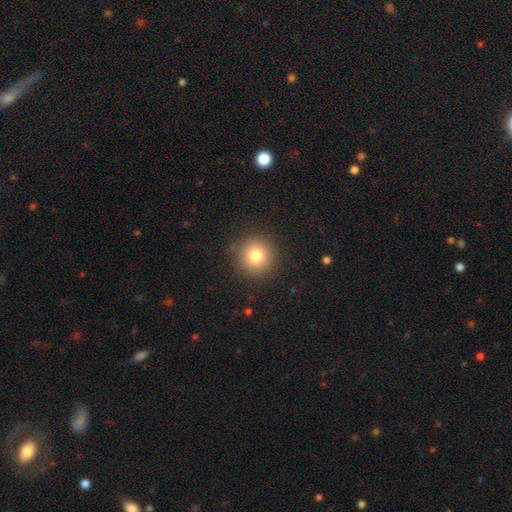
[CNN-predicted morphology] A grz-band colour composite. It shows a smooth galaxy with no disk features (79%) that is round (94%). Merging: none (87%).